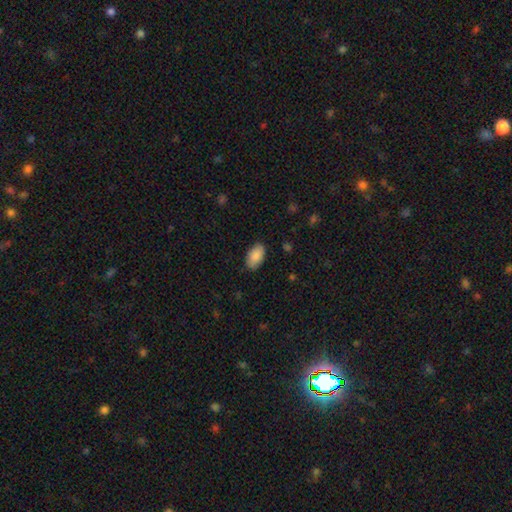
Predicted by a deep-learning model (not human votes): This appears to be a smooth galaxy with no disk features (89%) that is in between round and cigar-shaped (95%). Merging: none (85%).